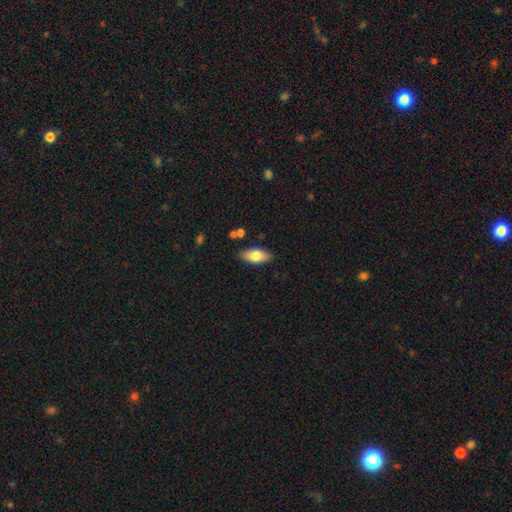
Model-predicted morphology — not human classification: A smooth galaxy with no disk features (75%) that is in between round and cigar-shaped (87%).

Vote fractions:
- Smooth or featured? smooth: 75% / featured or disk: 18% / star or artifact: 6%
- How rounded? in between: 87% / cigar-shaped: 11% / round: 3%
- Merging? none: 84% / minor disturbance: 11% / merger: 3% / major disturbance: 2%